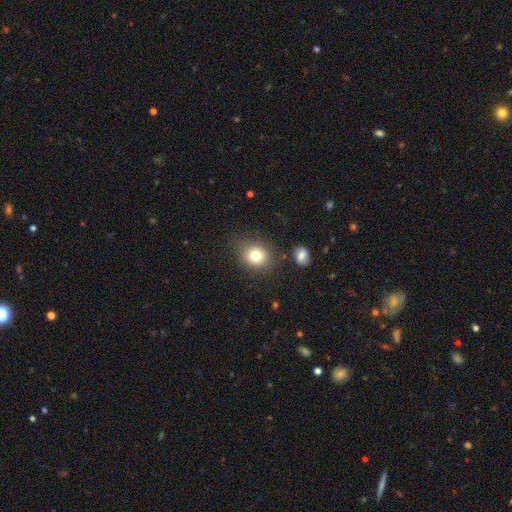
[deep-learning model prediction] smooth_or_featured: smooth (p=0.79) [alt: star or artifact p=0.12]
how_rounded: round (p=0.68) [alt: in between p=0.31]
merging: none (p=0.79) [alt: minor disturbance p=0.13]